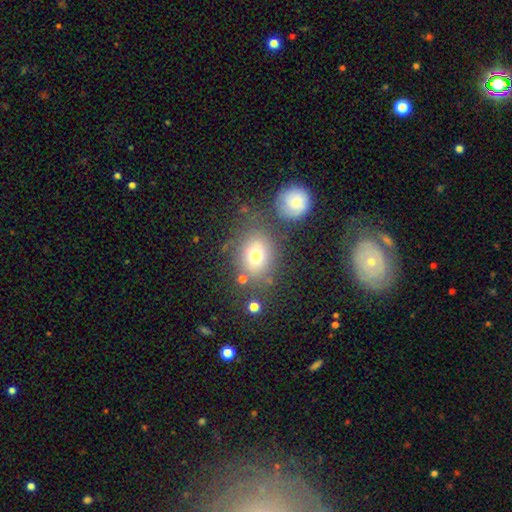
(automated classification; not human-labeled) This appears to be a smooth galaxy with no disk features (72%) that is round (51%). Merging: none (68%).